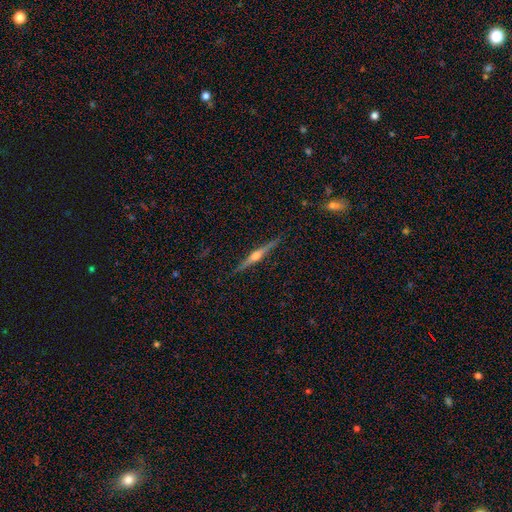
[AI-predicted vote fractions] Smooth or featured: featured or disk — 81% (smooth — 13%)
Edge-on disk: yes — 98% (no — 2%)
Edge-on bulge: rounded — 93% (none — 3%)
Merging: none — 90% (minor disturbance — 7%)